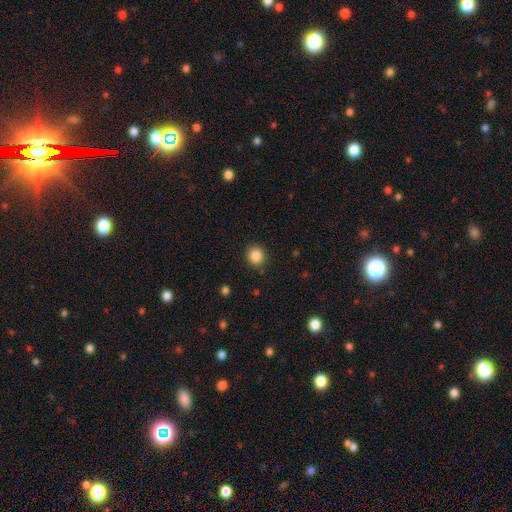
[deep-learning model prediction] Smooth or featured?
  - smooth: 87% *
  - star or artifact: 10%
  - featured or disk: 4%
How rounded?
  - round: 86% *
  - in between: 13%
  - cigar-shaped: 1%
Merging?
  - none: 88% *
  - minor disturbance: 8%
  - major disturbance: 3%
  - merger: 1%